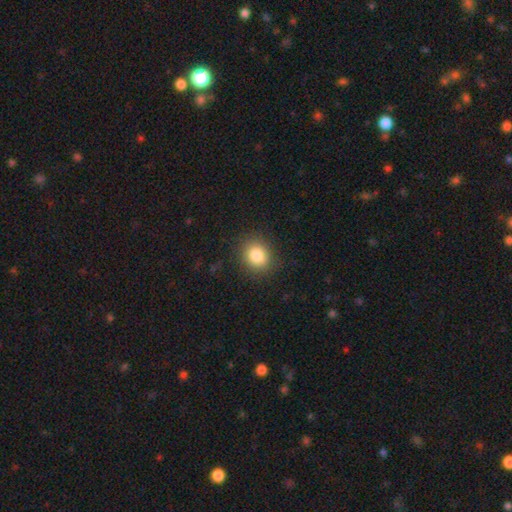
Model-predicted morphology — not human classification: type=smooth (84%); roundness=round (73%); merging=none (88%).